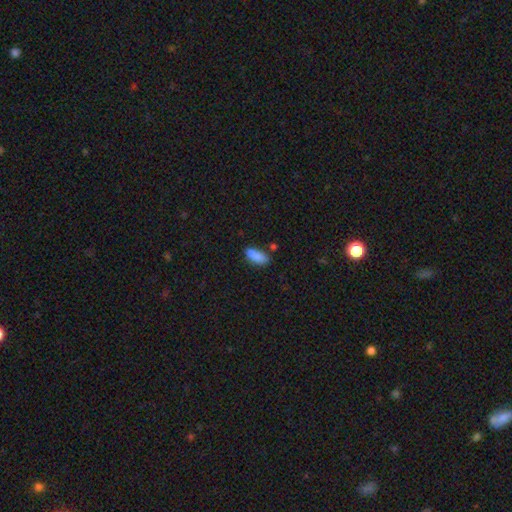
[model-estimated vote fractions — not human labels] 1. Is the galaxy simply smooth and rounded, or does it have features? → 87% smooth, 8% star or artifact, 6% featured or disk.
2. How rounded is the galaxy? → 78% in between, 19% cigar-shaped, 2% round.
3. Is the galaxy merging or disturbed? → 70% none, 18% minor disturbance, 8% merger, 4% major disturbance.